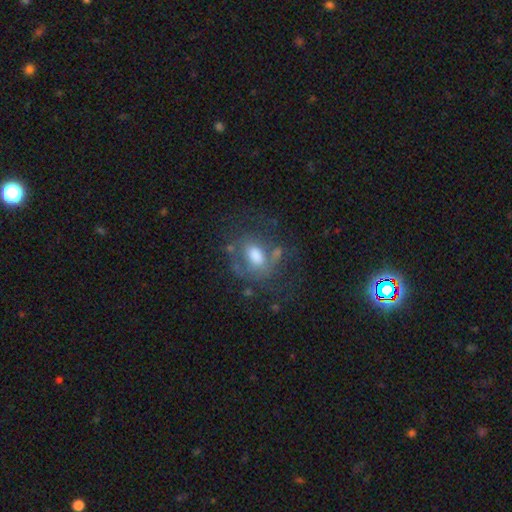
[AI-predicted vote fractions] This appears to be a featured or disk galaxy (51%). Merging: none (51%).